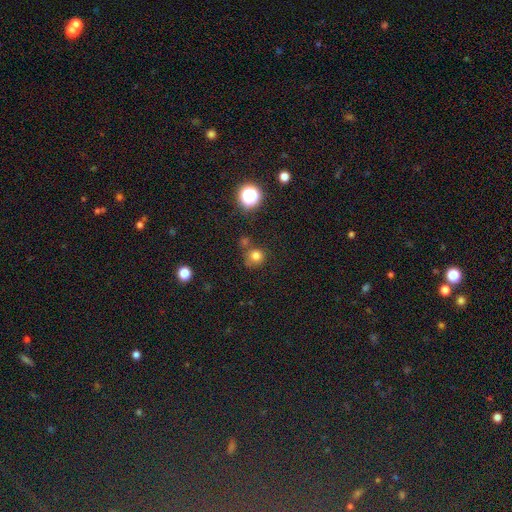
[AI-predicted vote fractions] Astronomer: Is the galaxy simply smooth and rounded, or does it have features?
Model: smooth — 75%.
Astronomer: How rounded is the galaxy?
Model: round — 90%.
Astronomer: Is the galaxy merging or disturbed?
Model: none — 66%.